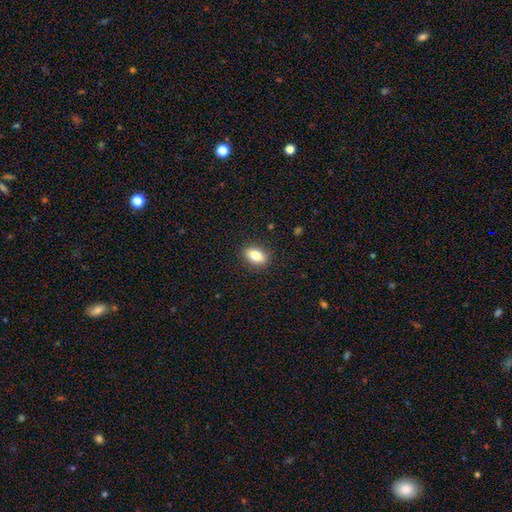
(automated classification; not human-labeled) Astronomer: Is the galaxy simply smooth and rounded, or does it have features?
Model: smooth — 81%.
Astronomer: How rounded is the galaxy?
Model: in between — 85%.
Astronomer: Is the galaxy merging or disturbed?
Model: none — 87%.